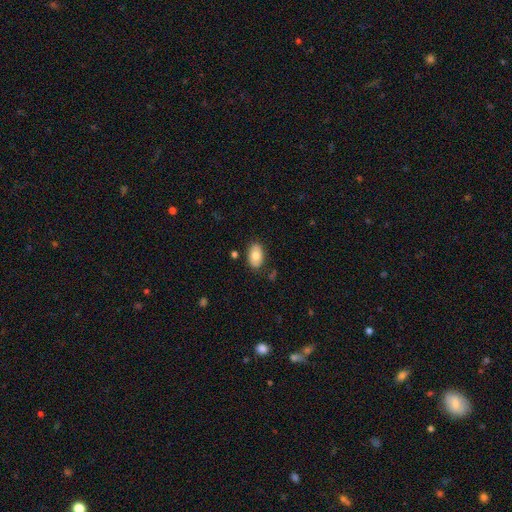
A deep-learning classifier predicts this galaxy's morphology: type=smooth (79%); roundness=in between (91%); merging=none (83%).